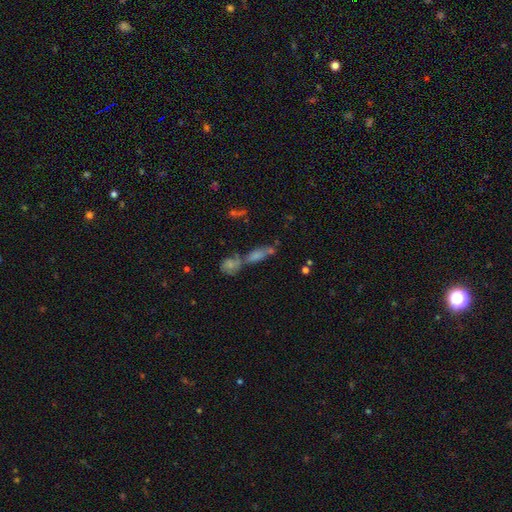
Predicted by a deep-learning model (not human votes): smooth_or_featured: smooth (p=0.44) [alt: featured or disk p=0.32]
merging: merger (p=0.50) [alt: none p=0.34]